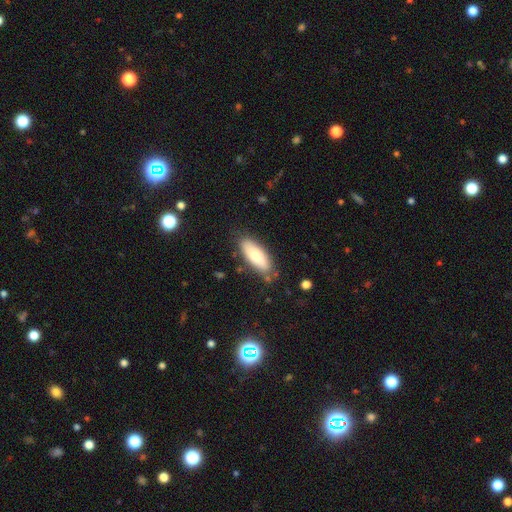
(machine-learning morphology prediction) Smooth or featured?
  - smooth: 76% *
  - featured or disk: 18%
  - star or artifact: 6%
How rounded?
  - in between: 74% *
  - cigar-shaped: 24%
  - round: 2%
Merging?
  - none: 80% *
  - minor disturbance: 14%
  - major disturbance: 3%
  - merger: 3%